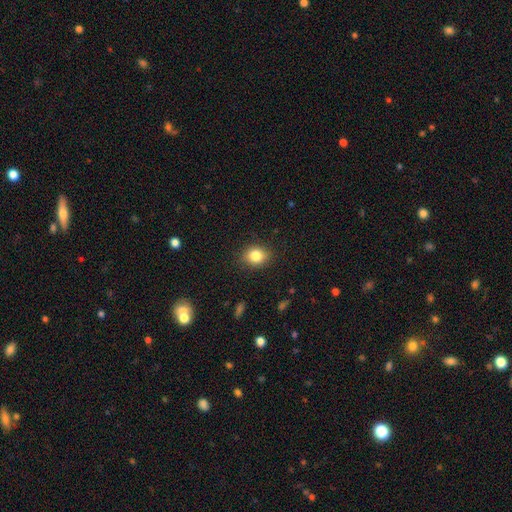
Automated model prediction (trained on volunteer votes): smooth 83%, star or artifact 10%, featured or disk 7%. Down the decision tree: how rounded — round (54%); merging — none (86%).